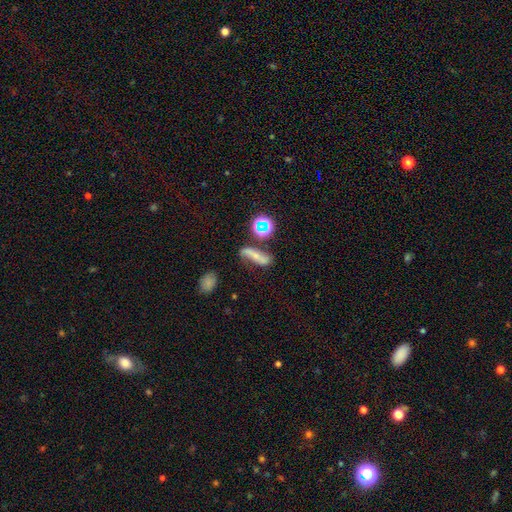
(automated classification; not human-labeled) The model was most divided on "smooth or featured": smooth: 43%, featured or disk: 40%, star or artifact: 17%. More confident: merging — none (52%).